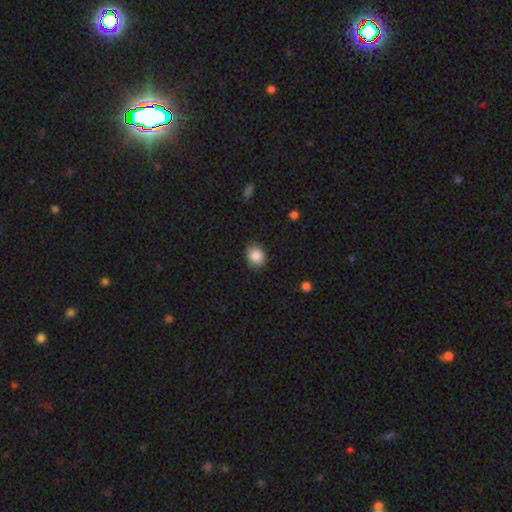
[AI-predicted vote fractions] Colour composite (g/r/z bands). It shows a smooth galaxy with no disk features (86%) that is round (64%). Merging: none (83%).